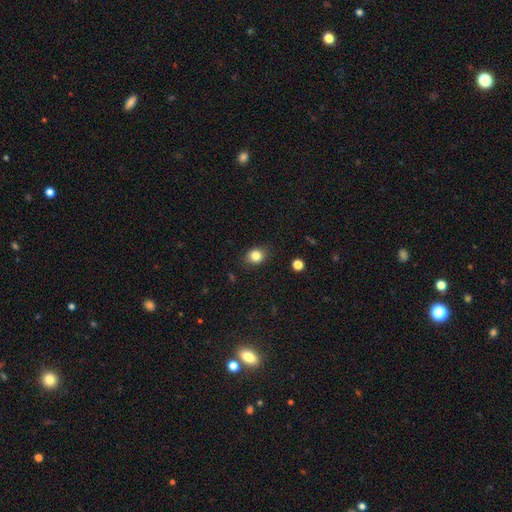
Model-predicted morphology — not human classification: Smooth or featured? smooth (83%)
How rounded? round (58%)
Merging? none (83%)